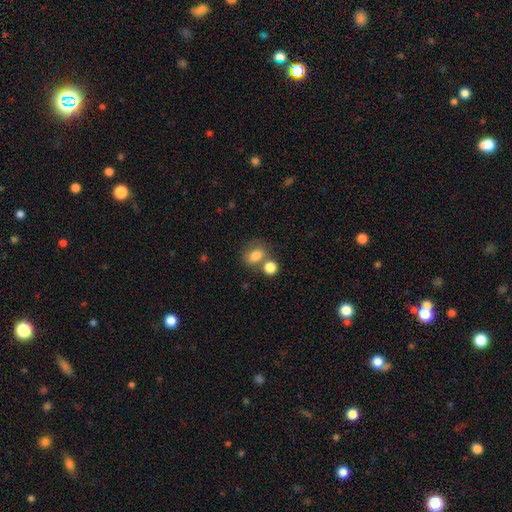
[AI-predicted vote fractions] Smooth or featured? Predicted: smooth (p=0.79). How rounded? Predicted: in between (p=0.59). Merging? Predicted: none (p=0.51).